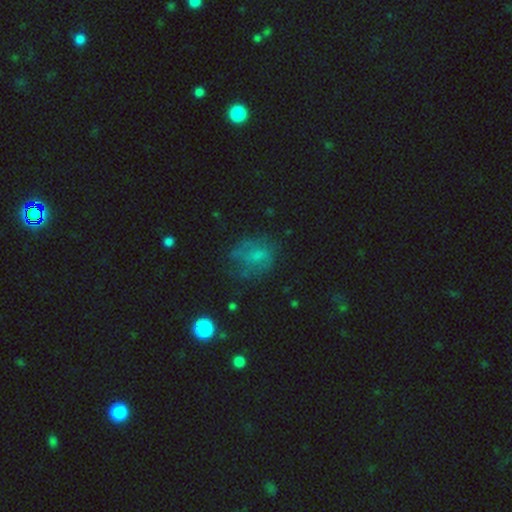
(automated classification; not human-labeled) This appears to be a smooth galaxy with no disk features (51%) that is round (52%). Merging: none (52%).